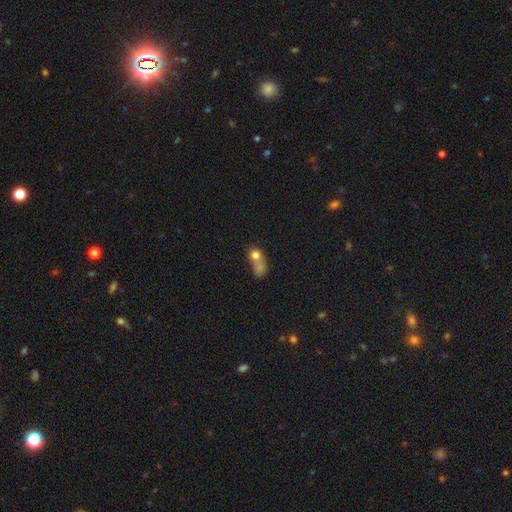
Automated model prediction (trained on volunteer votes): This is likely a smooth galaxy (69%). How rounded: possibly round (52%). Merging: possibly merger (52%).